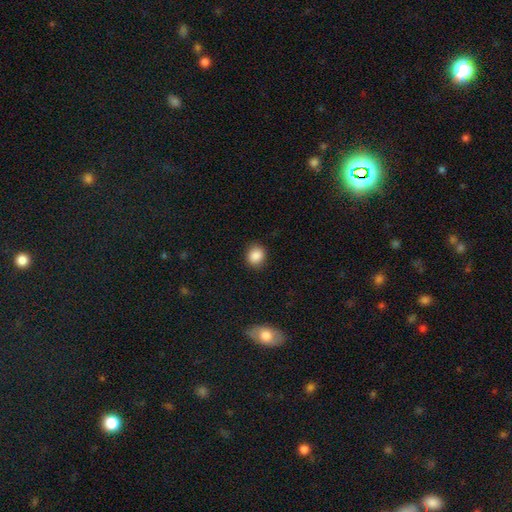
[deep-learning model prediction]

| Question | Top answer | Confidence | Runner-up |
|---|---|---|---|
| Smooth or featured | smooth | 87% | star or artifact (9%) |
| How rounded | round | 76% | in between (23%) |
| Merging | none | 88% | minor disturbance (8%) |